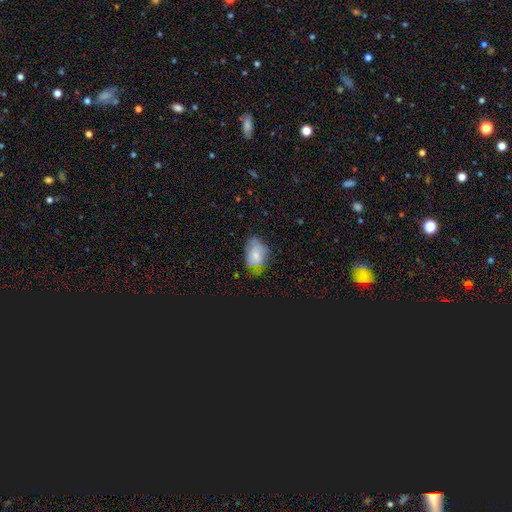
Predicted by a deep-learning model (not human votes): This is likely a smooth galaxy (70%). How rounded: clearly in between (85%). Merging: possibly none (52%).